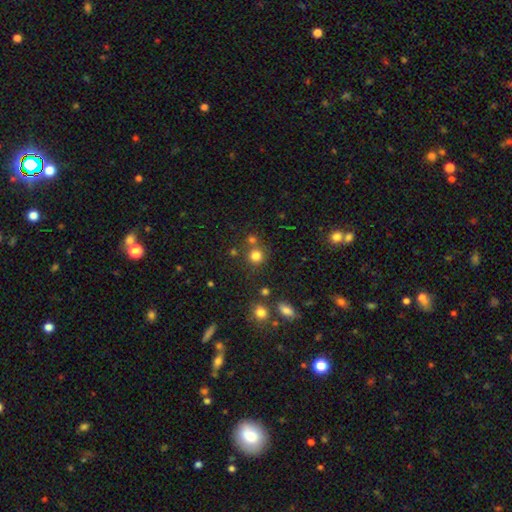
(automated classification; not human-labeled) This is likely a smooth galaxy (78%). How rounded: clearly round (91%). Merging: likely none (72%).